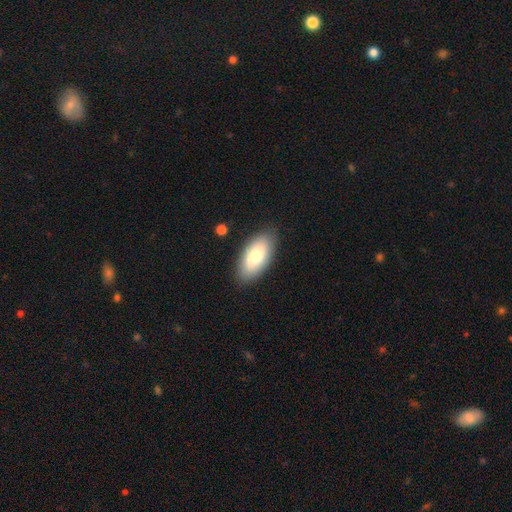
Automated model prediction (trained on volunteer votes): The model was most divided on "smooth or featured": smooth: 77%, featured or disk: 17%, star or artifact: 6%. More confident: how rounded — in between (92%); merging — none (85%).